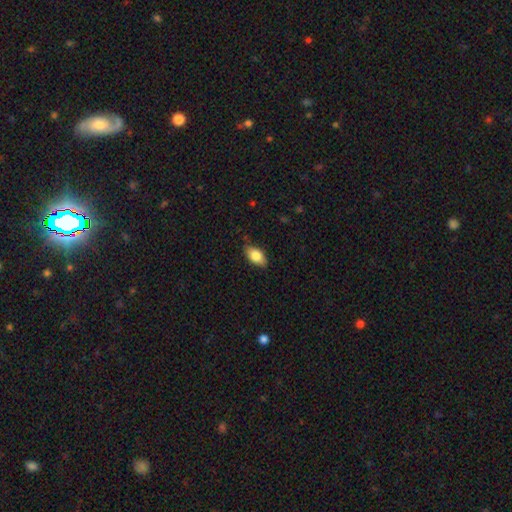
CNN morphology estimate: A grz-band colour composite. It shows a smooth galaxy with no disk features (80%) that is in between round and cigar-shaped (90%). Merging: none (82%).